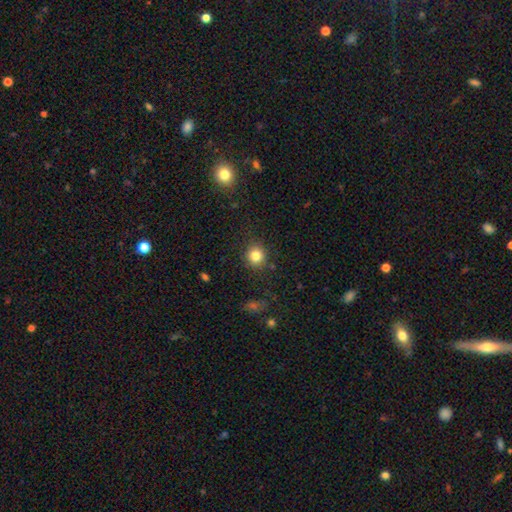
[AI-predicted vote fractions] Smooth or featured? Predicted: smooth (p=0.83). How rounded? Predicted: round (p=0.90). Merging? Predicted: none (p=0.87).